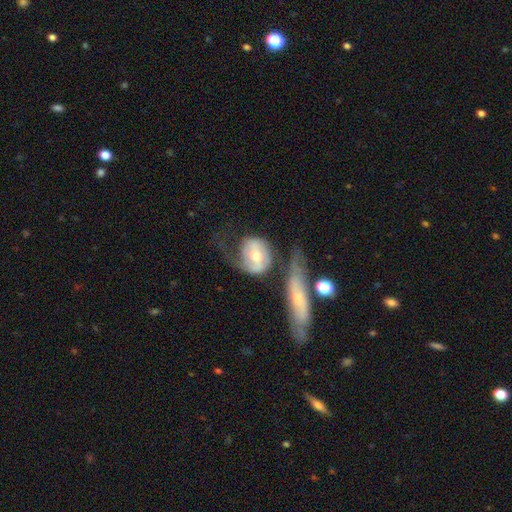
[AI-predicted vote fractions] Smooth or featured? featured or disk (59%)
Edge-on disk? no (92%)
Bar? no (44%)
Spiral arms? yes (67%)
Bulge size? moderate (69%)
Merging? none (34%)